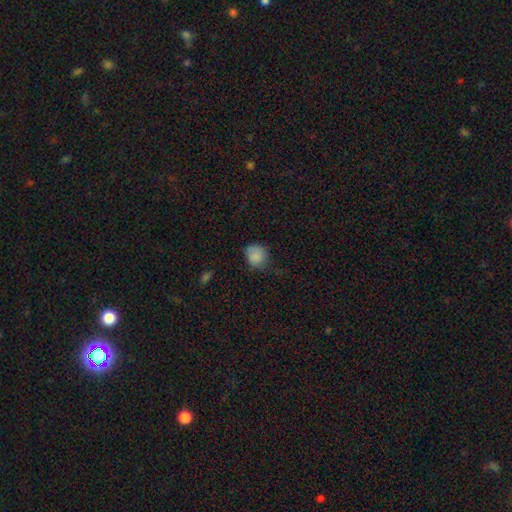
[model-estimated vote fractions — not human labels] The model was most divided on "merging": none: 52%, minor disturbance: 35%, major disturbance: 12%, merger: 2%. More confident: smooth or featured — smooth (84%); how rounded — round (71%).